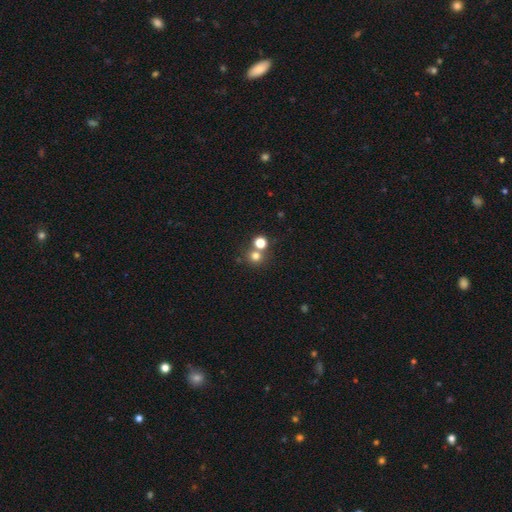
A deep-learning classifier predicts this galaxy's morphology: type=smooth (74%); roundness=round (90%); merging=none (63%).